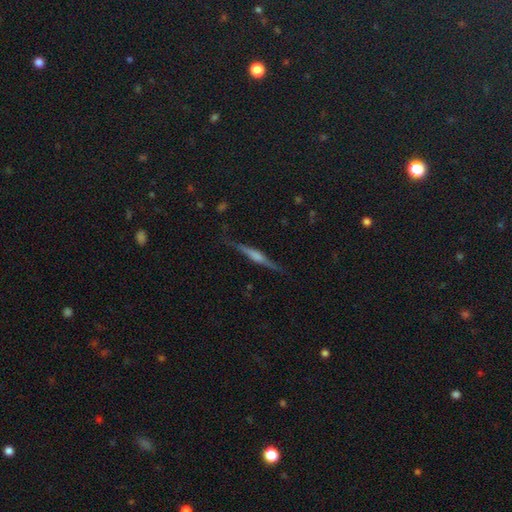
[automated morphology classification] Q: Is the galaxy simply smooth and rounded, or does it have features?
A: featured or disk — 67%.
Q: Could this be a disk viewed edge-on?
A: yes — 97%.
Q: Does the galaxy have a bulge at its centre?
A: rounded — 59%.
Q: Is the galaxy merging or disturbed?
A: none — 82%.